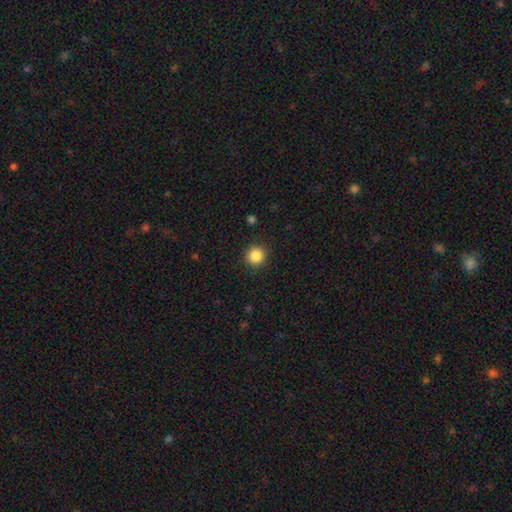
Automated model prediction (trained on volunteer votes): This appears to be a smooth galaxy with no disk features (86%) that is round (94%). Merging: none (91%).